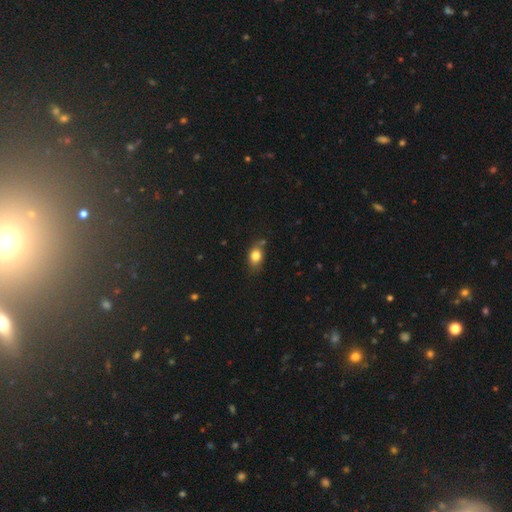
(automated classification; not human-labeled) smooth 81%, featured or disk 10%, star or artifact 9%. Down the decision tree: how rounded — in between (75%); merging — none (70%).